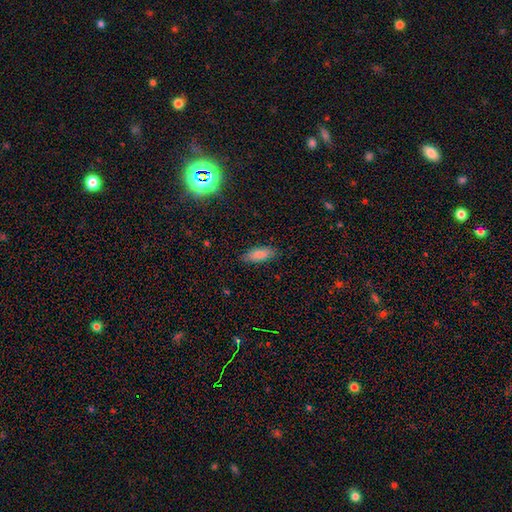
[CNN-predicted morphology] Overall: smooth (73%). How rounded: in between (70%). Merging: none (84%).